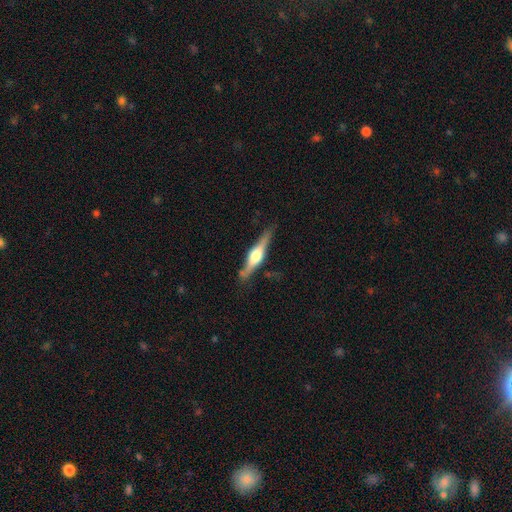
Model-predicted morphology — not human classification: type=featured or disk (73%); edge-on=yes (97%); edge-on bulge=rounded (90%); merging=none (80%).